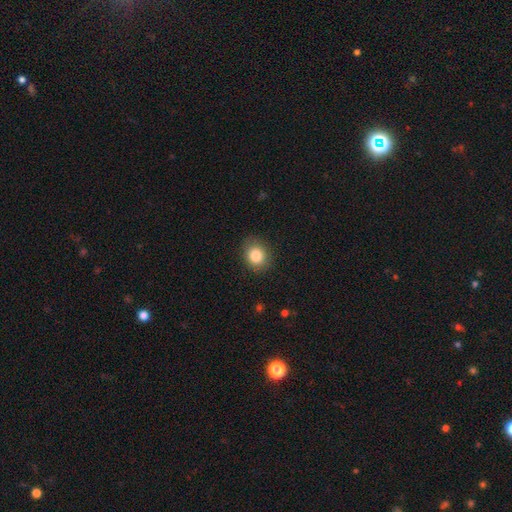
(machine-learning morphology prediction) A smooth galaxy with no disk features (84%) that is round (61%). Merging: none (85%).